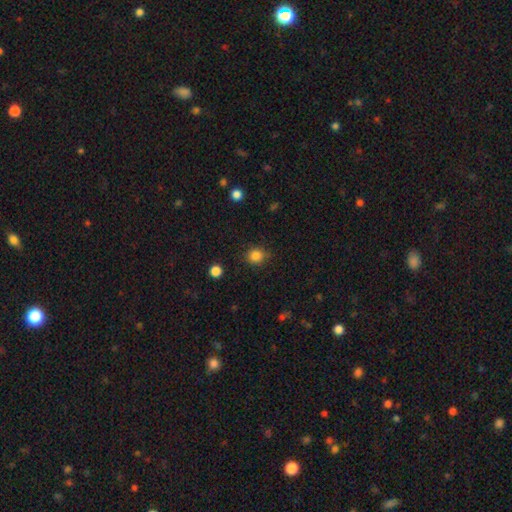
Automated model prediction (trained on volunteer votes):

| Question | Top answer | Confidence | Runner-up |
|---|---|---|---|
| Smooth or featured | smooth | 85% | star or artifact (11%) |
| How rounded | round | 87% | in between (12%) |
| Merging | none | 84% | minor disturbance (12%) |